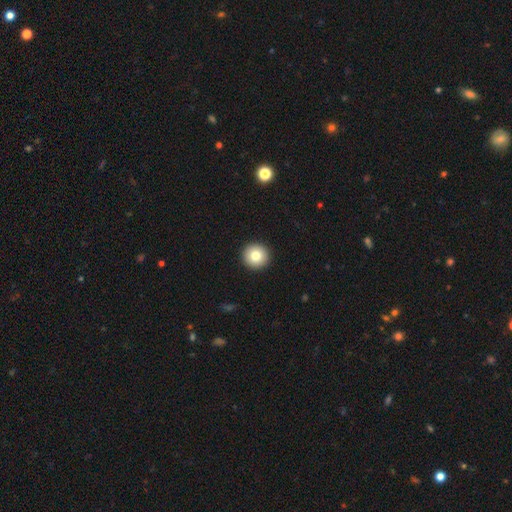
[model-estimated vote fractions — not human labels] The model was most divided on "smooth or featured": smooth: 80%, featured or disk: 11%, star or artifact: 9%. More confident: how rounded — round (96%); merging — none (94%).